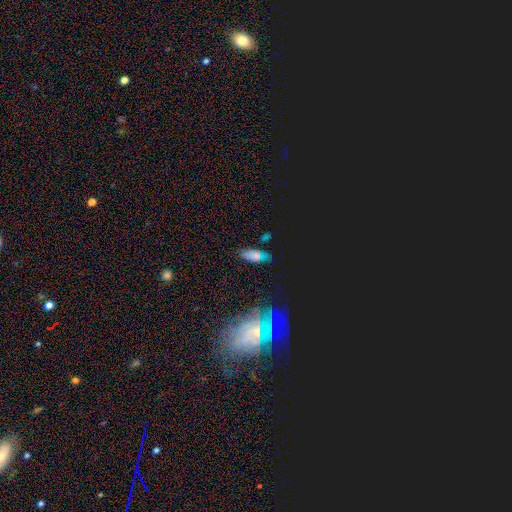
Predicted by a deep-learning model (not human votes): Overall: smooth (57%; star or artifact 24%). How rounded: in between (77%). Merging: none (71%).